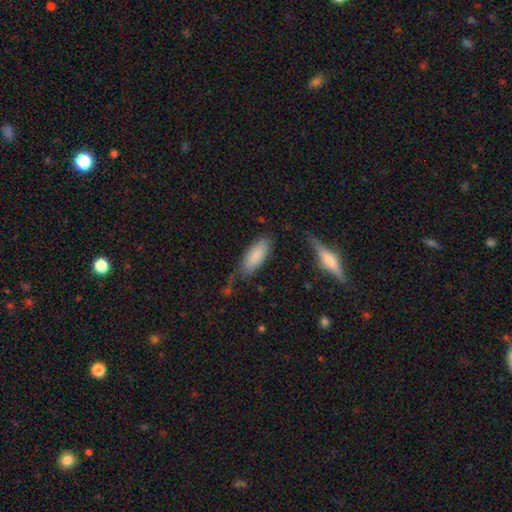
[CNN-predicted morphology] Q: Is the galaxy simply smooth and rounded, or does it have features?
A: smooth — 80%.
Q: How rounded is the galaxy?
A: in between — 71%.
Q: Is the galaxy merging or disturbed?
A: none — 58%.